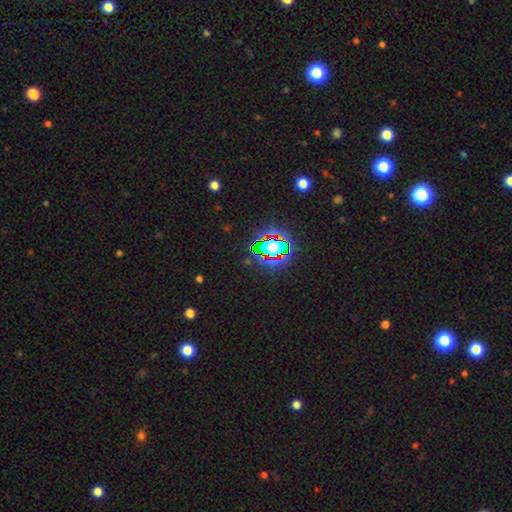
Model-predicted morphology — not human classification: Smooth or featured: star or artifact — 81% (smooth — 12%)